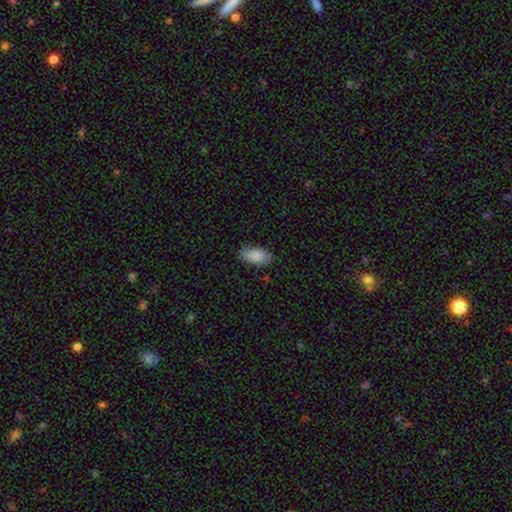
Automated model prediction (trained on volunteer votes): Smooth or featured? smooth (88%)
How rounded? in between (94%)
Merging? none (84%)